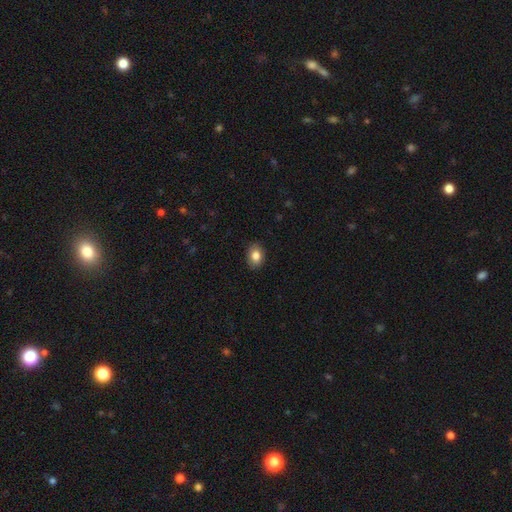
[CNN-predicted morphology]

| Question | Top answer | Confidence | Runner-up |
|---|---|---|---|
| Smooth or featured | smooth | 83% | star or artifact (8%) |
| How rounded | in between | 74% | round (25%) |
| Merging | none | 88% | minor disturbance (9%) |